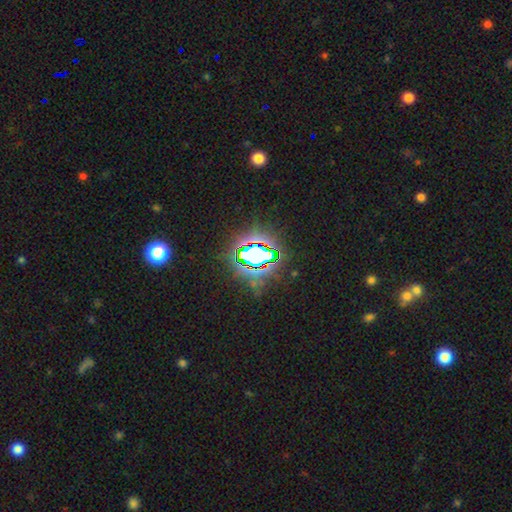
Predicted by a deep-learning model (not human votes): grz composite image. It shows a star or artifact, not a galaxy (73%).